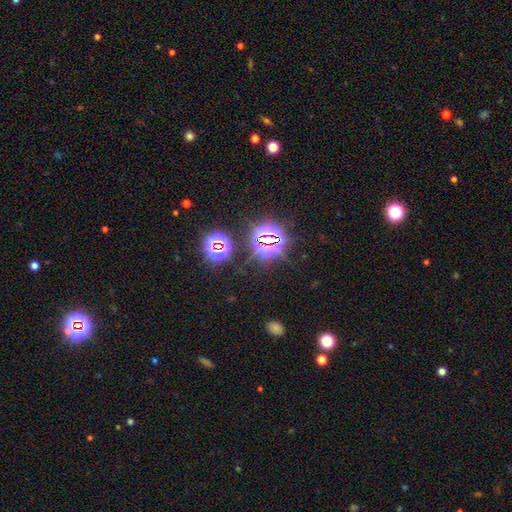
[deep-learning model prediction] Smooth or featured? Predicted: star or artifact (p=0.80).